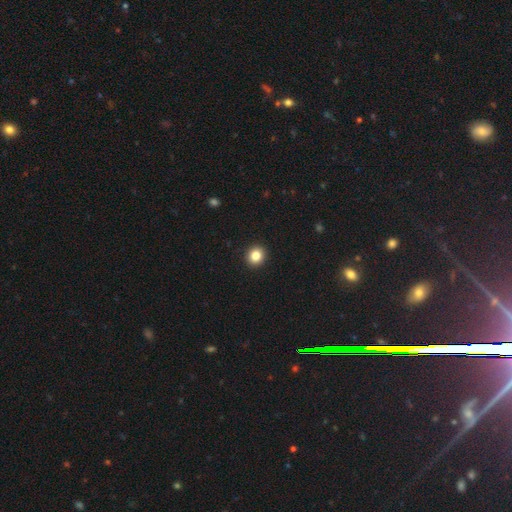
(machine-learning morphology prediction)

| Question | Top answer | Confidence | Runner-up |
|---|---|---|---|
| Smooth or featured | smooth | 85% | star or artifact (10%) |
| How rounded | round | 84% | in between (15%) |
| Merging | none | 93% | minor disturbance (4%) |